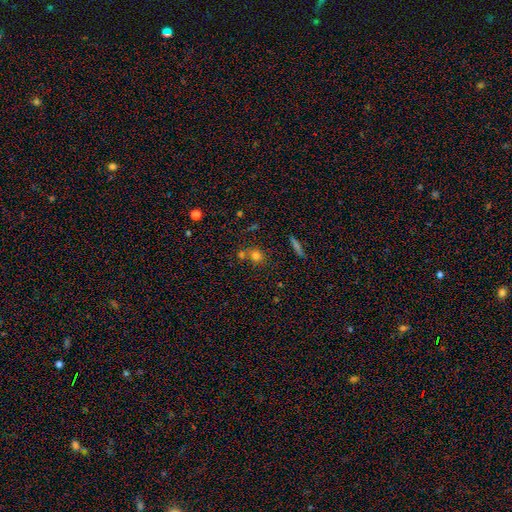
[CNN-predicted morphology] Smooth or featured?
  - smooth: 73% *
  - star or artifact: 17%
  - featured or disk: 11%
How rounded?
  - round: 77% *
  - in between: 21%
  - cigar-shaped: 2%
Merging?
  - none: 55% *
  - merger: 31%
  - minor disturbance: 10%
  - major disturbance: 4%